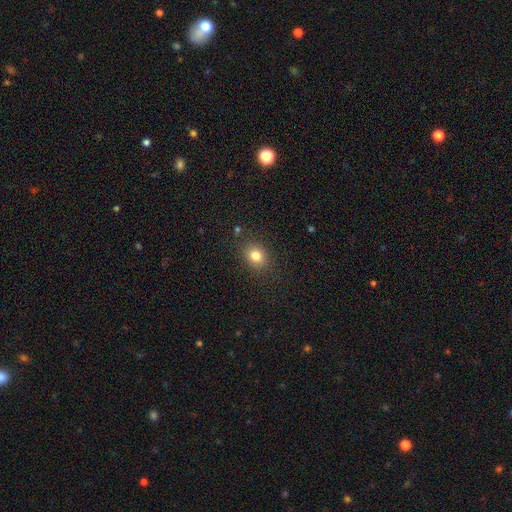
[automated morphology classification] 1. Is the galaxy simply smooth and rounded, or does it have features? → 80% smooth, 13% star or artifact, 7% featured or disk.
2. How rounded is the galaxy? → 63% round, 36% in between, 1% cigar-shaped.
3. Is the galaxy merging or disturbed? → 86% none, 9% minor disturbance, 3% major disturbance, 2% merger.